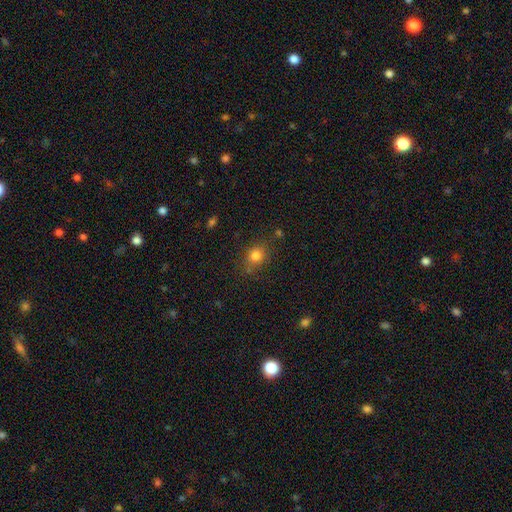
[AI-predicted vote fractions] Overall: smooth (80%). How rounded: round (69%; in between 30%). Merging: none (77%).